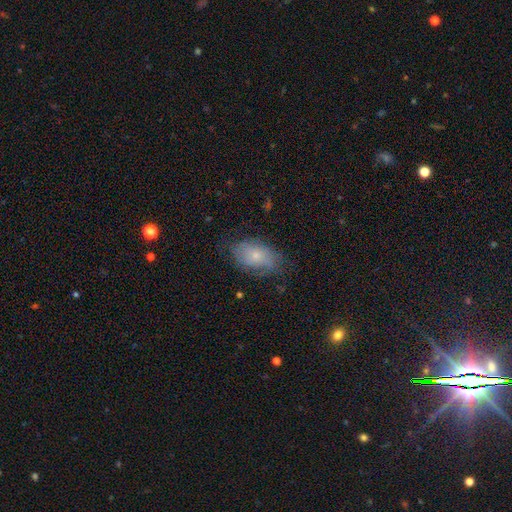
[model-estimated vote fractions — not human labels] Smooth or featured: smooth — 65% (featured or disk — 28%)
How rounded: in between — 90% (round — 8%)
Merging: none — 64% (minor disturbance — 26%)